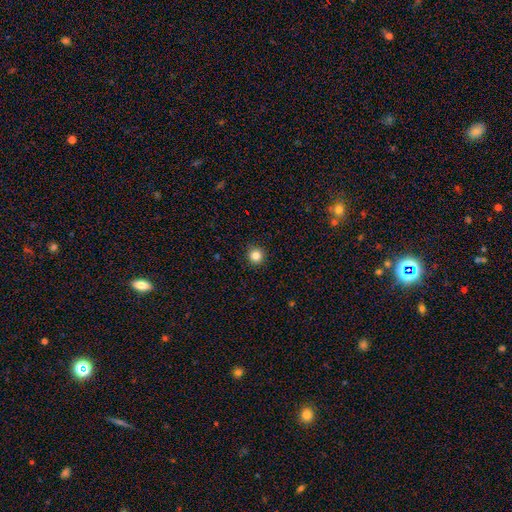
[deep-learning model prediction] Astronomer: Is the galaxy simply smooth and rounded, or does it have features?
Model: smooth — 85%.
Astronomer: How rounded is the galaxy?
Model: round — 96%.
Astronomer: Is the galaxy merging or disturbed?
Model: none — 93%.